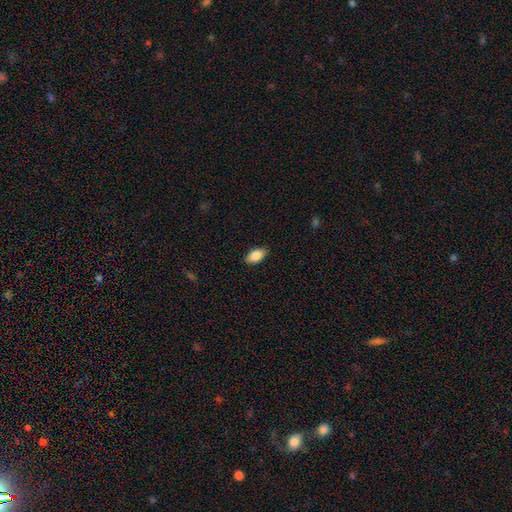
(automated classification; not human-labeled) The model was most divided on "smooth or featured": smooth: 85%, featured or disk: 8%, star or artifact: 7%. More confident: how rounded — in between (91%); merging — none (87%).